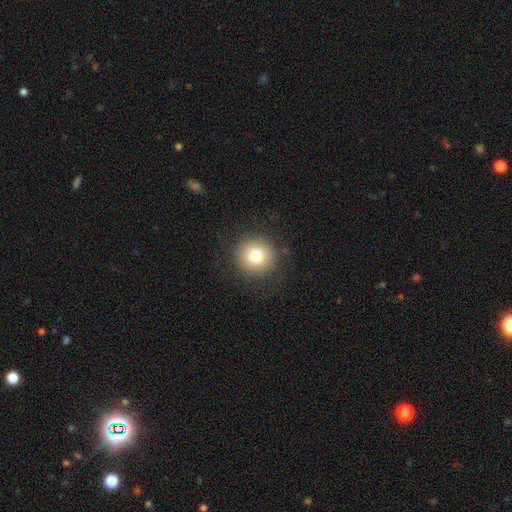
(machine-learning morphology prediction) smooth-or-featured: smooth: 77% | star or artifact: 12% | featured or disk: 11%
  how-rounded: round: 93% | in between: 6% | cigar-shaped: 1%
  merging: none: 89% | minor disturbance: 7% | major disturbance: 3% | merger: 1%